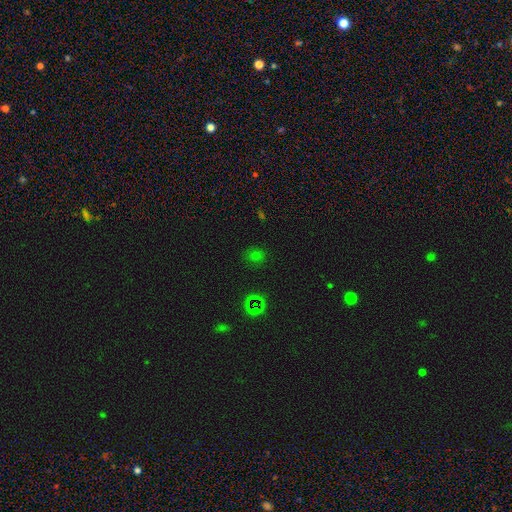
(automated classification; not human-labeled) The model was most divided on "smooth or featured": smooth: 58%, star or artifact: 36%, featured or disk: 7%. More confident: merging — none (83%); how rounded — round (75%).